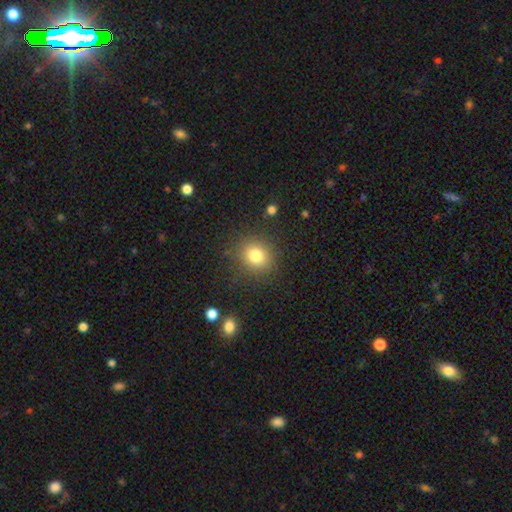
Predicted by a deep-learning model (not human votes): Smooth or featured?
  - smooth: 80% *
  - star or artifact: 13%
  - featured or disk: 7%
How rounded?
  - round: 81% *
  - in between: 18%
  - cigar-shaped: 1%
Merging?
  - none: 86% *
  - minor disturbance: 9%
  - major disturbance: 4%
  - merger: 2%